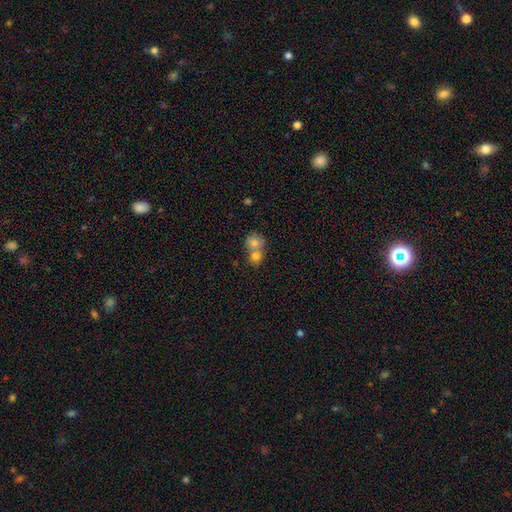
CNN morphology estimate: Overall: smooth (75%). How rounded: round (72%). Merging: merger (65%; none 27%).